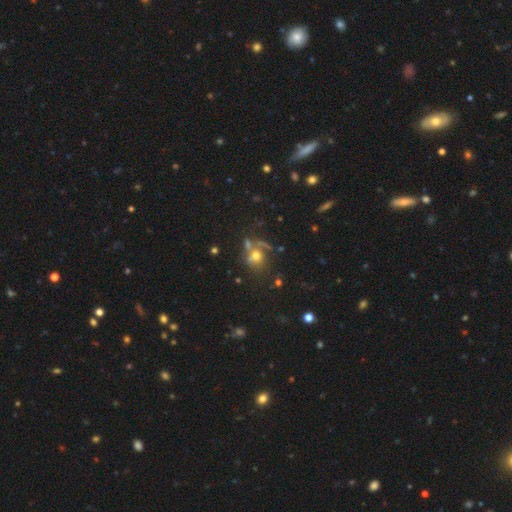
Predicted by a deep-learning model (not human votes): This appears to be a smooth galaxy with no disk features (57%) that is round (70%). Merging: none (42%).